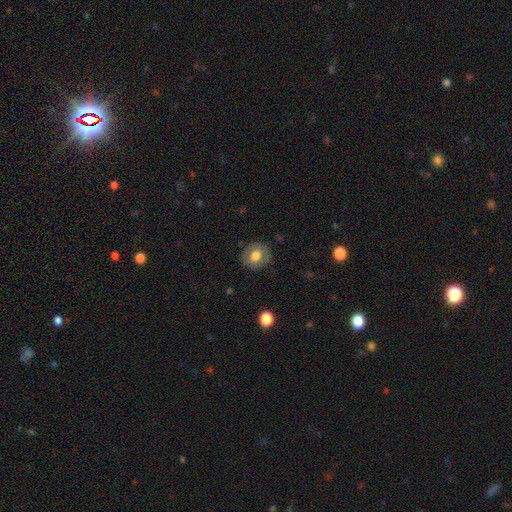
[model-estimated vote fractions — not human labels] smooth-or-featured: smooth: 64% | featured or disk: 29% | star or artifact: 8%
  how-rounded: round: 77% | in between: 22% | cigar-shaped: 1%
  merging: none: 82% | minor disturbance: 12% | major disturbance: 4% | merger: 1%